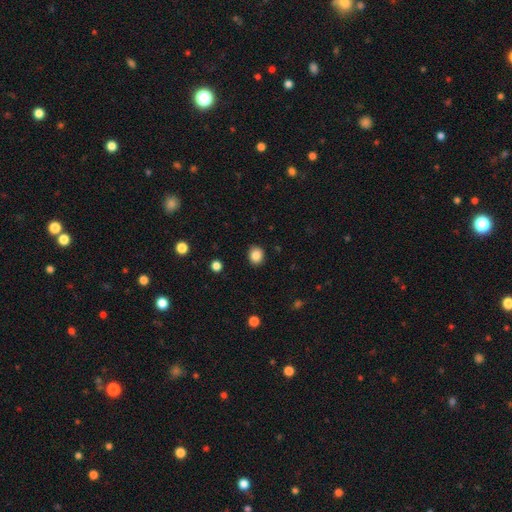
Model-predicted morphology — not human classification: A smooth galaxy with no disk features (86%) that is round (66%). Merging: none (90%).